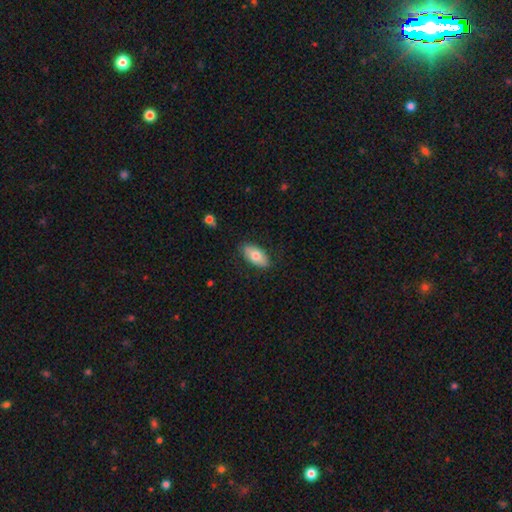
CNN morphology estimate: Smooth or featured? Predicted: smooth (p=0.74). How rounded? Predicted: in between (p=0.91). Merging? Predicted: none (p=0.83).